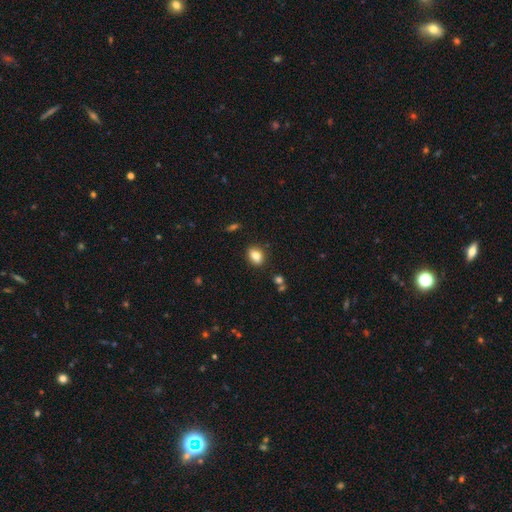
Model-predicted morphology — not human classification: smooth-or-featured: smooth: 82% | star or artifact: 10% | featured or disk: 8%
  how-rounded: in between: 69% | round: 29% | cigar-shaped: 2%
  merging: none: 82% | minor disturbance: 12% | merger: 4% | major disturbance: 3%